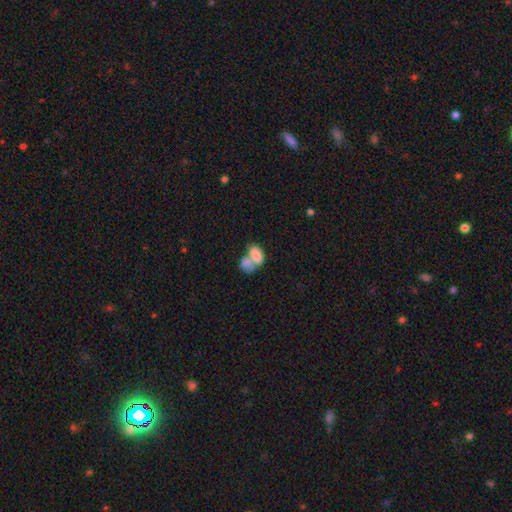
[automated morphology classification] The model was most divided on "merging": merger: 69%, none: 17%, minor disturbance: 8%, major disturbance: 7%. More confident: how rounded — in between (88%); smooth or featured — smooth (76%).